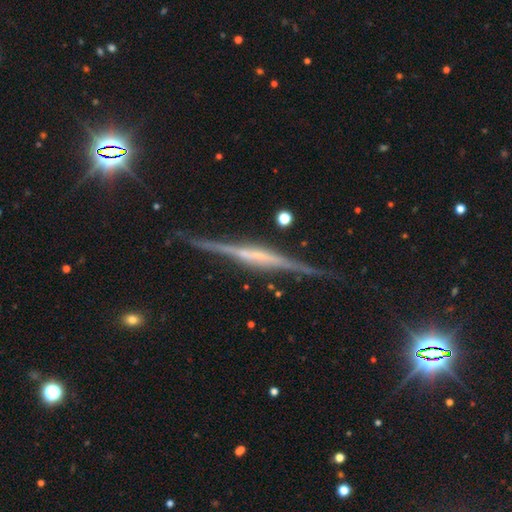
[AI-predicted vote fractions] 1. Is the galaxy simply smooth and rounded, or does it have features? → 83% featured or disk, 10% smooth, 7% star or artifact.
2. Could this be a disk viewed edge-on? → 98% yes, 2% no.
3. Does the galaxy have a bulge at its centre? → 34% boxy, 33% none, 33% rounded.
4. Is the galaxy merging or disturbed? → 85% none, 10% minor disturbance, 2% major disturbance, 2% merger.